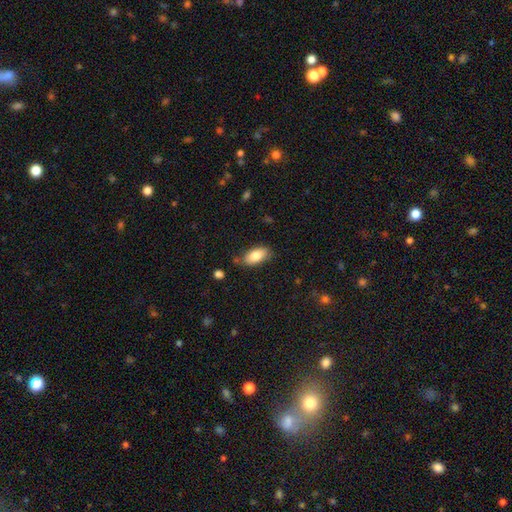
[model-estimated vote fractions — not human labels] This is clearly a smooth galaxy (84%). How rounded: clearly in between (92%). Merging: likely none (78%).